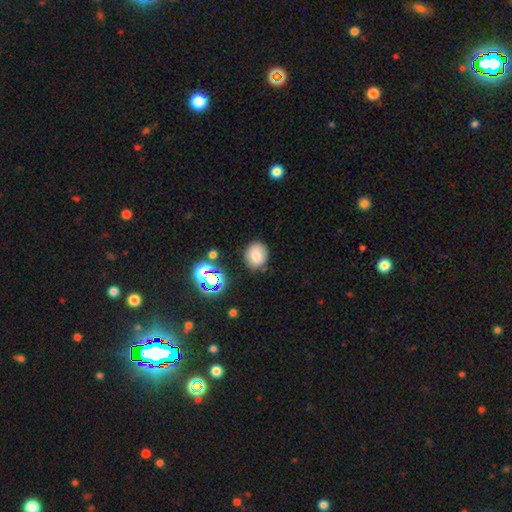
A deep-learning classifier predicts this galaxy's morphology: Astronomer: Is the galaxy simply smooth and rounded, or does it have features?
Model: smooth — 77%.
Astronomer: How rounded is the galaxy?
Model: round — 69%.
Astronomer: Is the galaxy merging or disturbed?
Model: none — 82%.